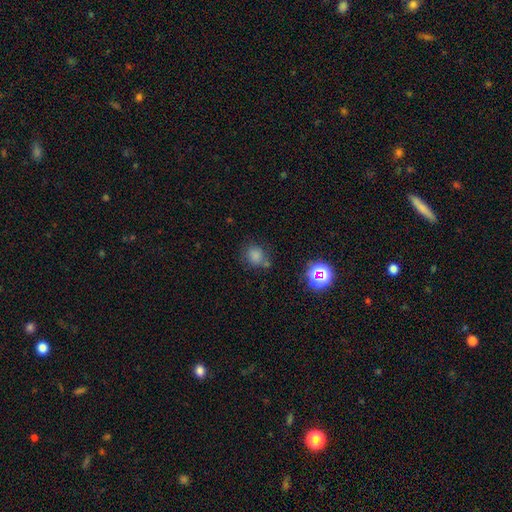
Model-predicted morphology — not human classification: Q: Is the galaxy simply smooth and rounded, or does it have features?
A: smooth — 76%.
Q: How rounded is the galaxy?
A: round — 74%.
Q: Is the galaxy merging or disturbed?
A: none — 63%.